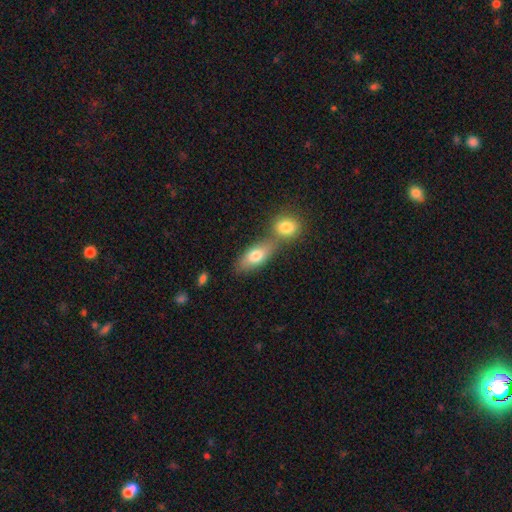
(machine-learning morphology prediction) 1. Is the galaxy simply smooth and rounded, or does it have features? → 76% smooth, 17% featured or disk, 8% star or artifact.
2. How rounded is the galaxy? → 79% in between, 13% cigar-shaped, 9% round.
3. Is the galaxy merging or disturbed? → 46% none, 41% merger, 10% minor disturbance, 4% major disturbance.